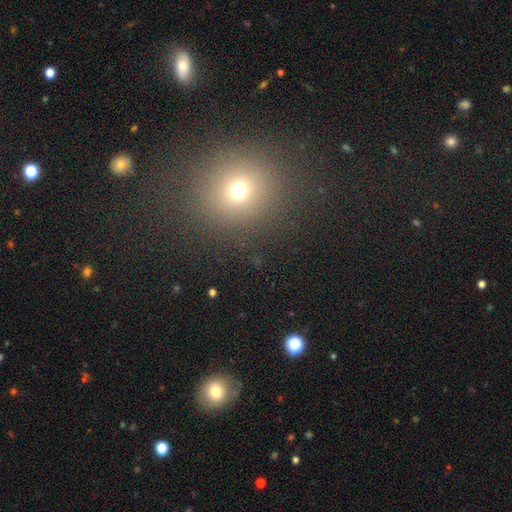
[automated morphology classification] smooth 59%, star or artifact 31%, featured or disk 10%. Down the decision tree: how rounded — round (80%); merging — none (86%).